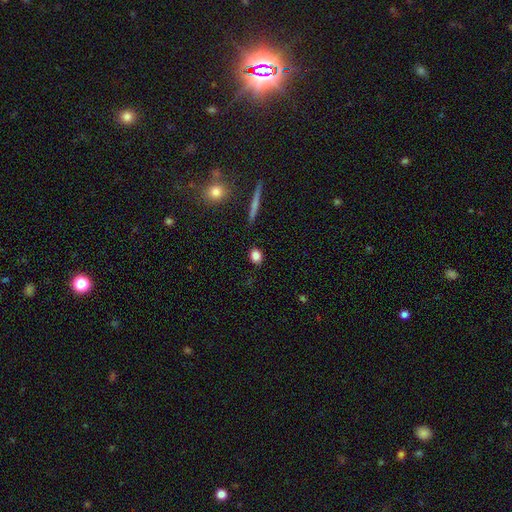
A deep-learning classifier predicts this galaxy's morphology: Smooth or featured?
  - smooth: 83% *
  - star or artifact: 10%
  - featured or disk: 7%
How rounded?
  - round: 51% *
  - in between: 46%
  - cigar-shaped: 3%
Merging?
  - none: 87% *
  - minor disturbance: 9%
  - major disturbance: 2%
  - merger: 2%